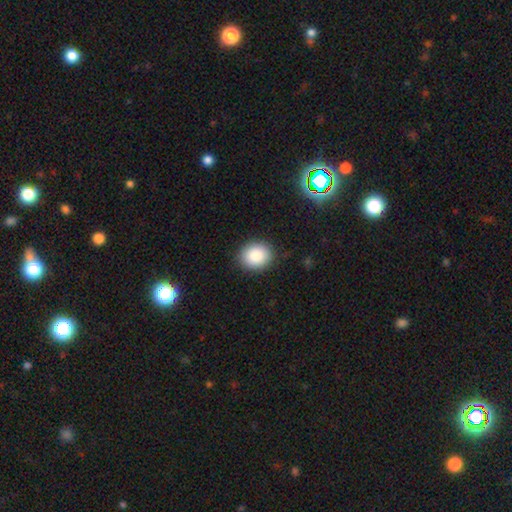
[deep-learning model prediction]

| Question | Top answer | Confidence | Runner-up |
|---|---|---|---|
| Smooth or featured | smooth | 88% | star or artifact (8%) |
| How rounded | round | 63% | in between (37%) |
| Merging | none | 89% | minor disturbance (8%) |